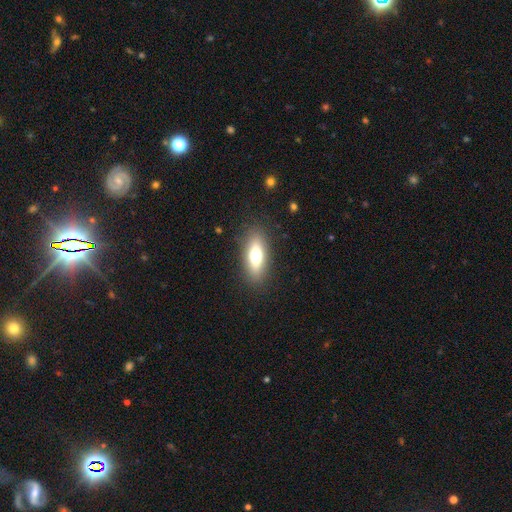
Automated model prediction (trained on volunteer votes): A smooth galaxy with no disk features (65%) that is in between round and cigar-shaped (65%).

Vote fractions:
- Smooth or featured? smooth: 65% / featured or disk: 27% / star or artifact: 8%
- How rounded? in between: 65% / cigar-shaped: 32% / round: 3%
- Merging? none: 86% / minor disturbance: 9% / major disturbance: 3% / merger: 1%